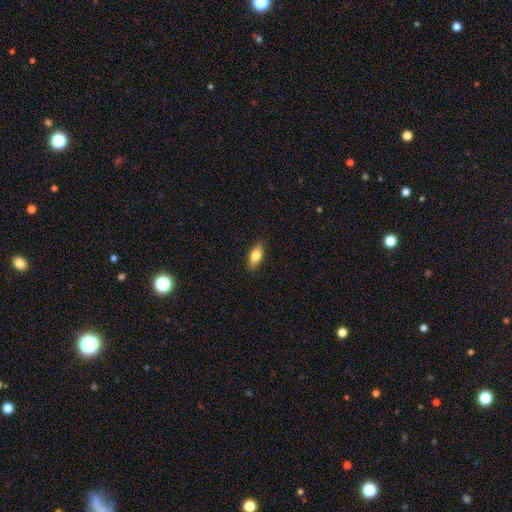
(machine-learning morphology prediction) A smooth galaxy with no disk features (75%) that is in between round and cigar-shaped (80%). Merging: none (87%).